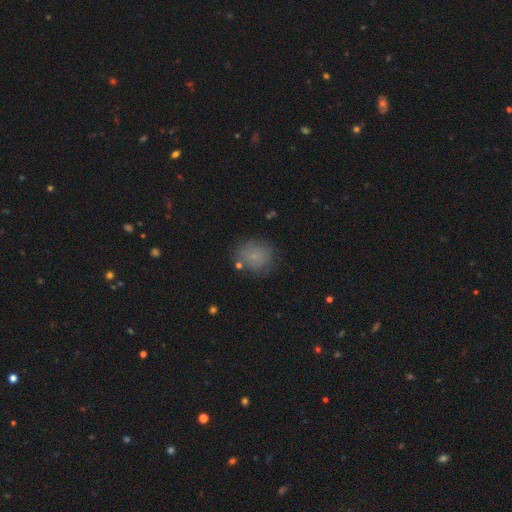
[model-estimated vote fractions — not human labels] Q: Smooth or featured?
A: smooth (74%); runner-up: star or artifact (13%)
Q: How rounded?
A: round (76%); runner-up: in between (23%)
Q: Merging?
A: none (75%); runner-up: minor disturbance (16%)